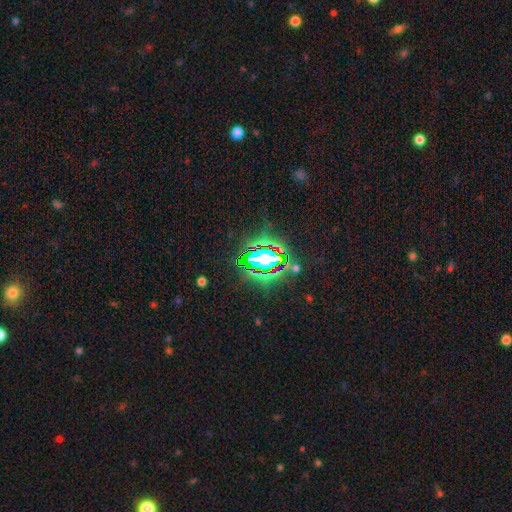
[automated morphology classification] Smooth or featured?
  - star or artifact: 77% *
  - smooth: 12%
  - featured or disk: 11%